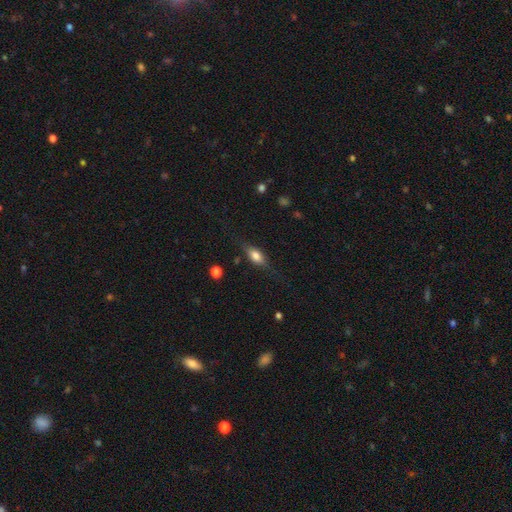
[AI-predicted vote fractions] Morphology: type=smooth (65%); roundness=in between (75%); merging=none (71%).